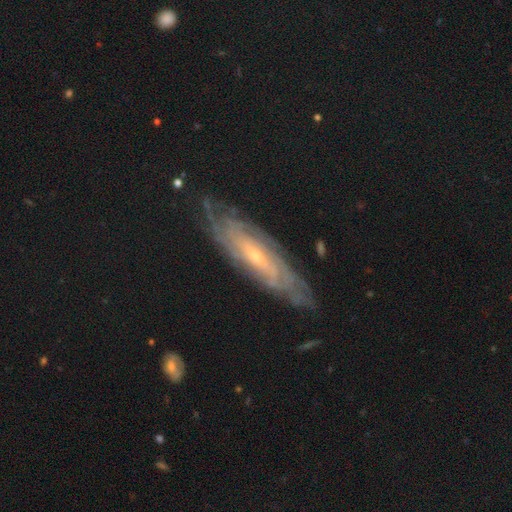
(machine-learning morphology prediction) Smooth or featured? featured or disk (79%)
Edge-on disk? no (74%)
Bar? no (54%)
Spiral arms? yes (92%)
Spiral winding? tight (73%)
Spiral arm count? can't tell (60%)
Bulge size? small (71%)
Merging? none (79%)